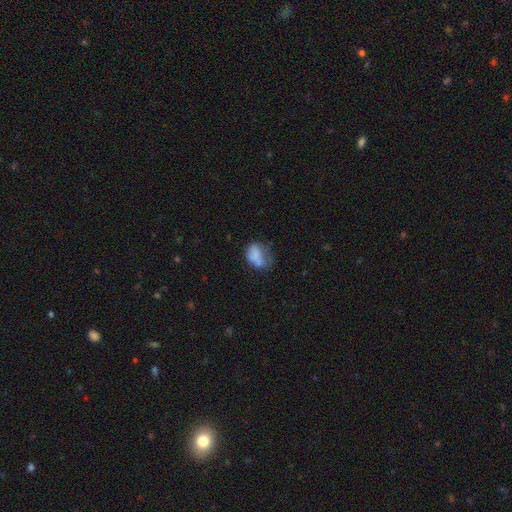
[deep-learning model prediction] A smooth galaxy with no disk features (69%) that is in between round and cigar-shaped (74%). Merging: none (33%).